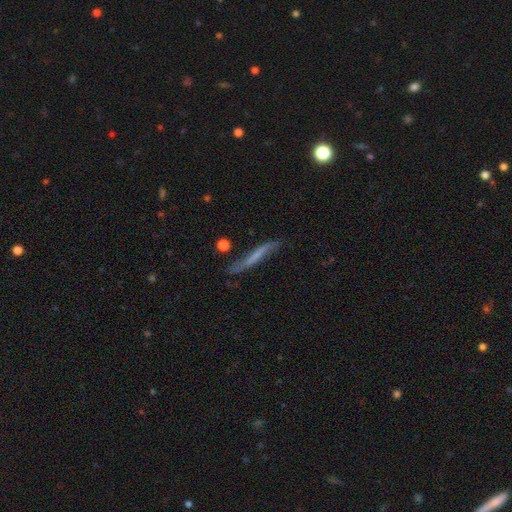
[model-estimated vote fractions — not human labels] Smooth or featured? featured or disk (50%)
Edge-on disk? yes (73%)
Merging? none (65%)